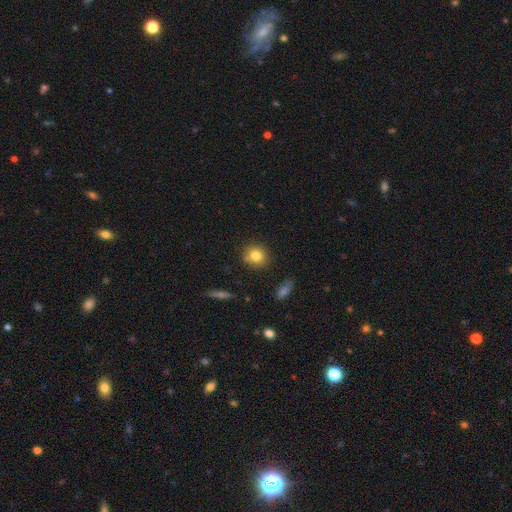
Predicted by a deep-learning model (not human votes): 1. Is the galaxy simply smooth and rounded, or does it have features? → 81% smooth, 10% star or artifact, 9% featured or disk.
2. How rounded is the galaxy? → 83% round, 16% in between, 1% cigar-shaped.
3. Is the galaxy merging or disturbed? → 83% none, 12% minor disturbance, 3% merger, 3% major disturbance.